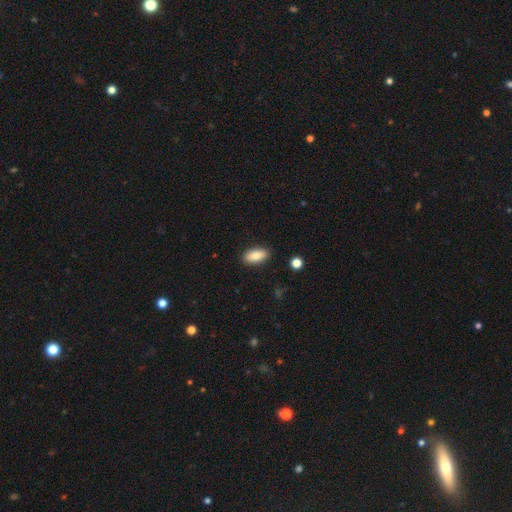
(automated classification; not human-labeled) smooth-or-featured: smooth: 86% | star or artifact: 7% | featured or disk: 7%
  how-rounded: in between: 90% | cigar-shaped: 7% | round: 3%
  merging: none: 88% | minor disturbance: 8% | major disturbance: 2% | merger: 1%